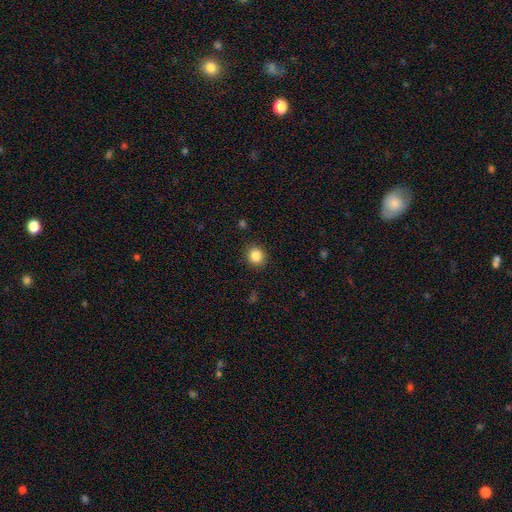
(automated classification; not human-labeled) Smooth or featured: smooth — 86% (star or artifact — 10%)
How rounded: round — 82% (in between — 17%)
Merging: none — 89% (minor disturbance — 8%)